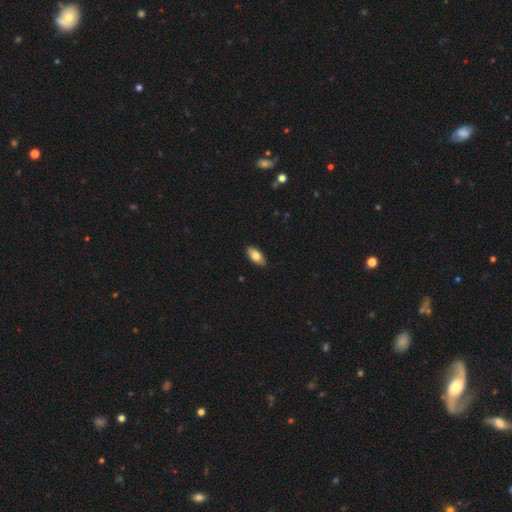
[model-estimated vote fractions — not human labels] Smooth or featured: smooth — 79% (featured or disk — 15%)
How rounded: in between — 91% (cigar-shaped — 6%)
Merging: none — 89% (minor disturbance — 8%)